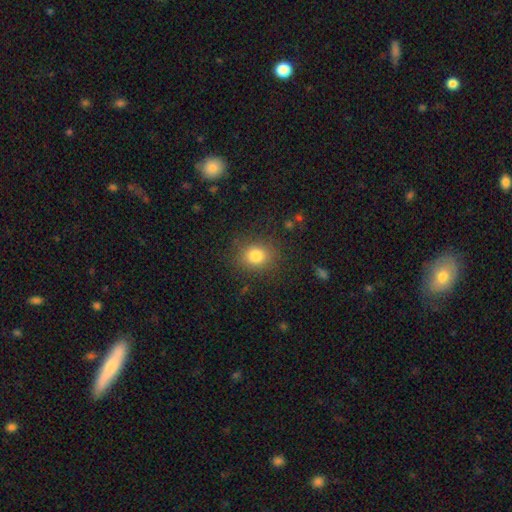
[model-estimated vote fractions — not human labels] Smooth or featured? smooth (82%)
How rounded? round (72%)
Merging? none (85%)